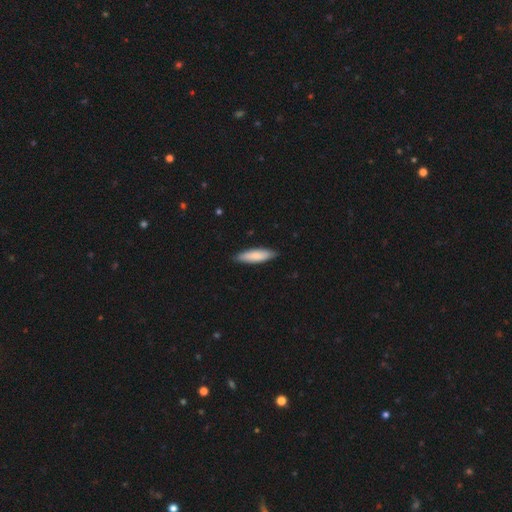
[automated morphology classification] smooth 81%, featured or disk 14%, star or artifact 5%. Down the decision tree: how rounded — cigar-shaped (64%); merging — none (86%).